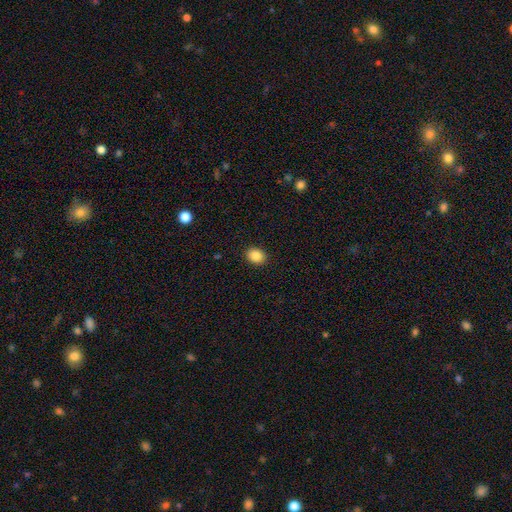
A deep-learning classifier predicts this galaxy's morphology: Smooth or featured? smooth (87%)
How rounded? in between (50%)
Merging? none (90%)